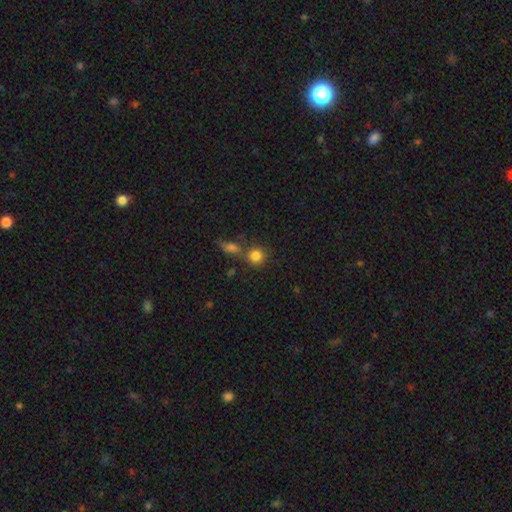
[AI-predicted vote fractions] The model was most divided on "merging": none: 63%, merger: 24%, minor disturbance: 10%, major disturbance: 4%. More confident: how rounded — round (86%); smooth or featured — smooth (82%).